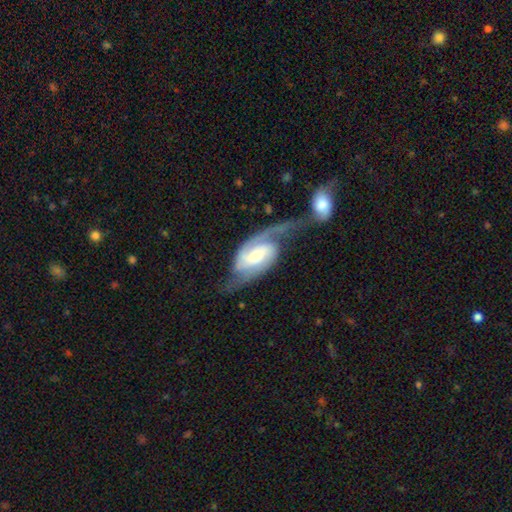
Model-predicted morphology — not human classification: A featured or disk galaxy (82%) with a weak bar (45%), 2 (80%) loose (43%) spiral arms (95%) and a moderate central bulge (49%). Merging: major disturbance (36%).